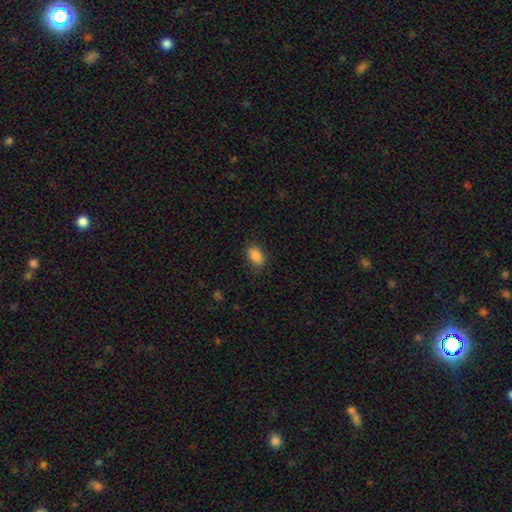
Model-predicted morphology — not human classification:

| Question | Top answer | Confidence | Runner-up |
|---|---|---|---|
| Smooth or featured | smooth | 88% | star or artifact (8%) |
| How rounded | in between | 91% | round (6%) |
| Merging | none | 82% | minor disturbance (14%) |